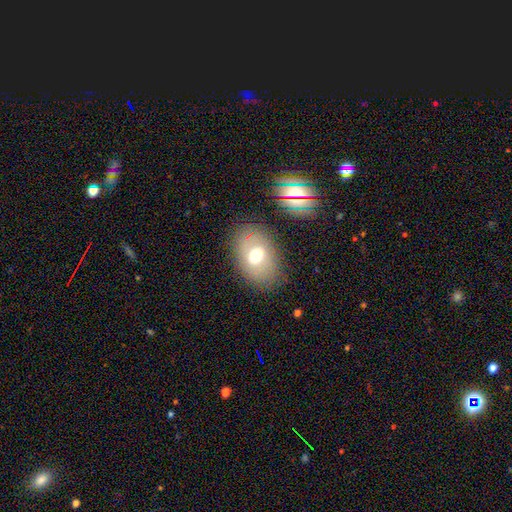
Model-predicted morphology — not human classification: A smooth galaxy with no disk features (61%) that is in between round and cigar-shaped (82%). Merging: none (78%).